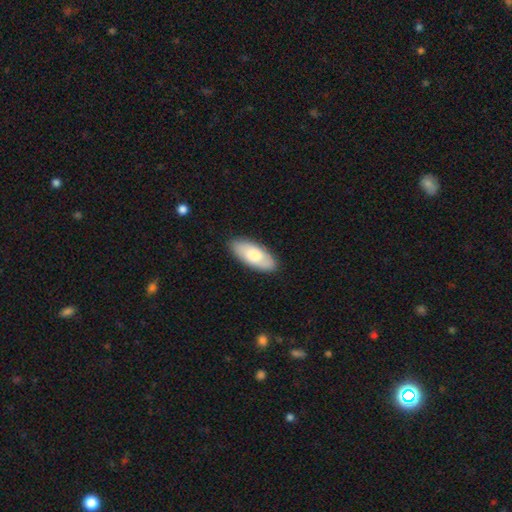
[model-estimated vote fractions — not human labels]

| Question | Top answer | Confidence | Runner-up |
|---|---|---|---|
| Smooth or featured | smooth | 74% | featured or disk (21%) |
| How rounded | in between | 86% | cigar-shaped (12%) |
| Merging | none | 87% | minor disturbance (10%) |